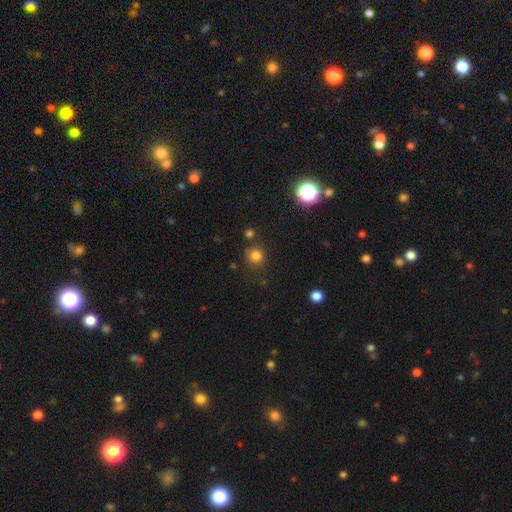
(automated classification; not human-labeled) Morphology: type=smooth (80%); roundness=round (88%); merging=none (80%).